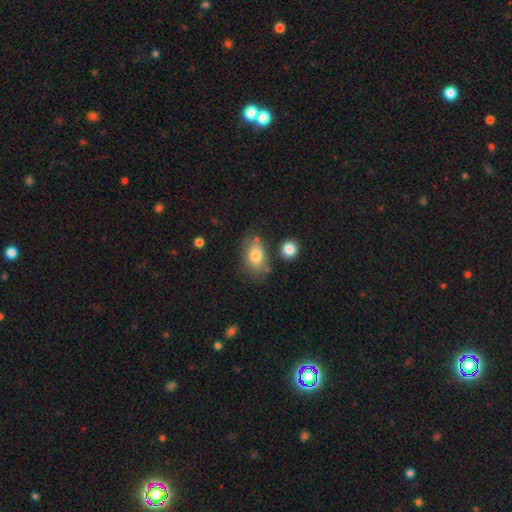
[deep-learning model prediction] The model was most divided on "merging": none: 61%, minor disturbance: 21%, merger: 10%, major disturbance: 8%. More confident: how rounded — in between (81%); smooth or featured — smooth (78%).